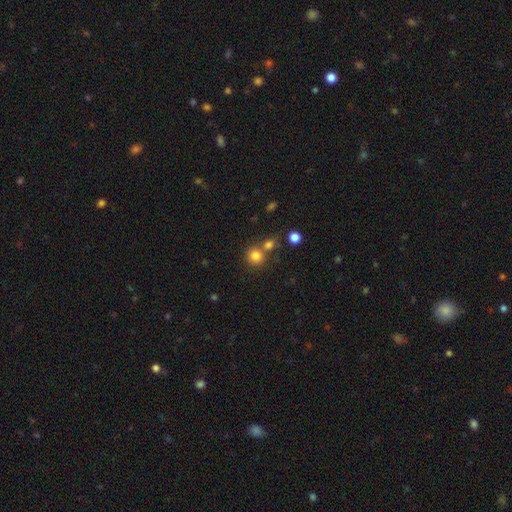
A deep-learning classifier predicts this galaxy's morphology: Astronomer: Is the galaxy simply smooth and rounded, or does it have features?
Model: smooth — 81%.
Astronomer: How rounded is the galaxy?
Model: round — 87%.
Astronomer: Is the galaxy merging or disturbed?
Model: none — 62%.